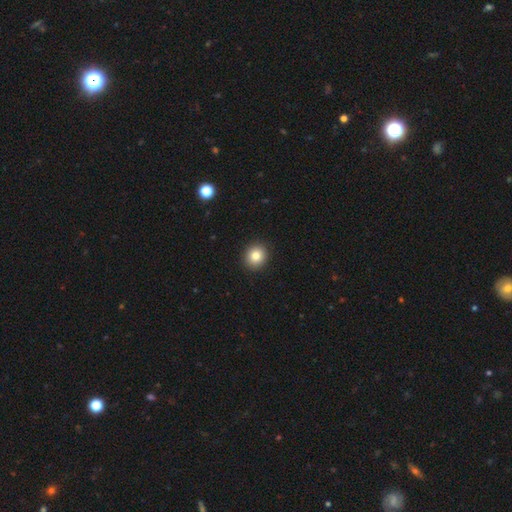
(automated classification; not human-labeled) A smooth galaxy with no disk features (83%) that is round (83%).

Vote fractions:
- Smooth or featured? smooth: 83% / star or artifact: 10% / featured or disk: 7%
- How rounded? round: 83% / in between: 16% / cigar-shaped: 1%
- Merging? none: 92% / minor disturbance: 5% / major disturbance: 2% / merger: 1%